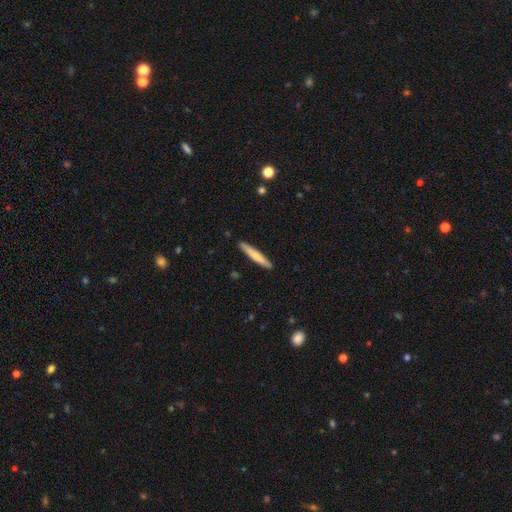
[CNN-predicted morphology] Smooth or featured: smooth — 68% (featured or disk — 27%)
How rounded: cigar-shaped — 95% (in between — 4%)
Merging: none — 90% (minor disturbance — 7%)